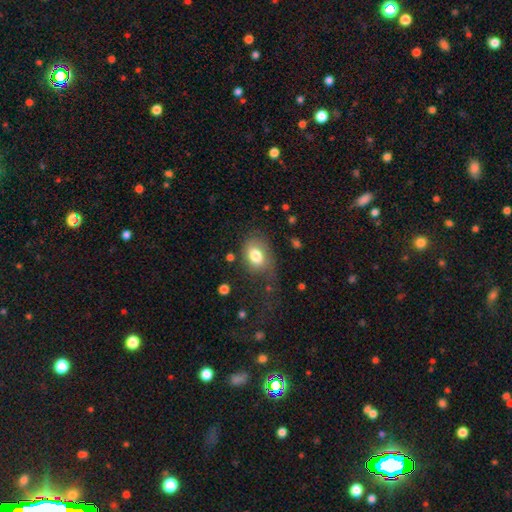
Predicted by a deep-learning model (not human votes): This appears to be a smooth galaxy with no disk features (78%) that is in between round and cigar-shaped (75%). Merging: none (52%).